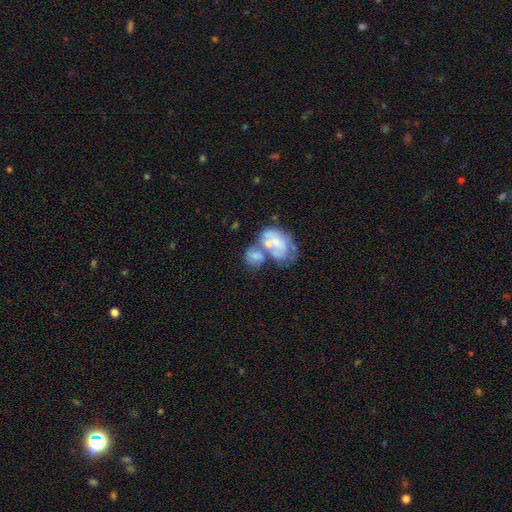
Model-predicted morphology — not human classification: smooth 49%, featured or disk 43%, star or artifact 8%. Down the decision tree: merging — merger (63%).